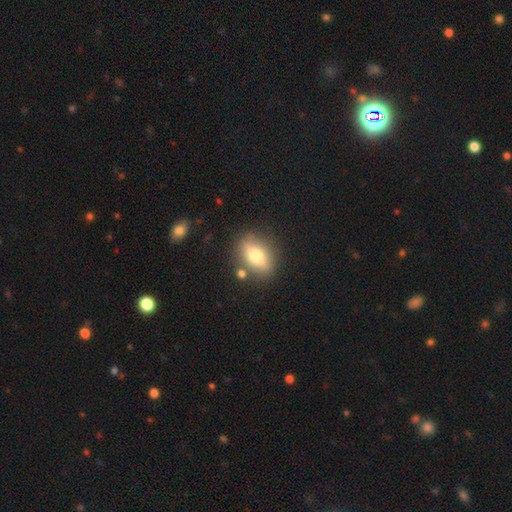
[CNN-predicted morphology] smooth_or_featured: smooth (p=0.50) [alt: featured or disk p=0.41]
merging: none (p=0.81) [alt: minor disturbance p=0.11]